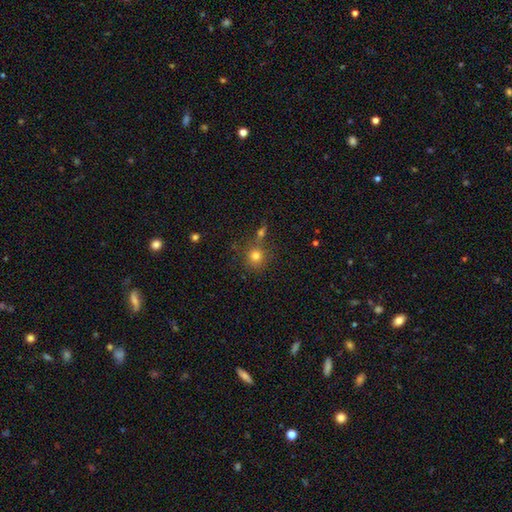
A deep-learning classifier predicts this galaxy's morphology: A smooth galaxy with no disk features (77%) that is round (90%). Merging: none (67%).